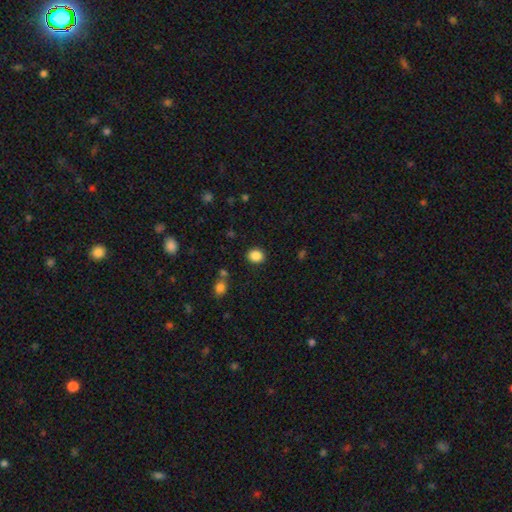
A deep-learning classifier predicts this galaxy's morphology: A smooth galaxy with no disk features (86%) that is round (65%).

Vote fractions:
- Smooth or featured? smooth: 86% / star or artifact: 10% / featured or disk: 4%
- How rounded? round: 65% / in between: 34% / cigar-shaped: 1%
- Merging? none: 88% / minor disturbance: 7% / major disturbance: 3% / merger: 2%